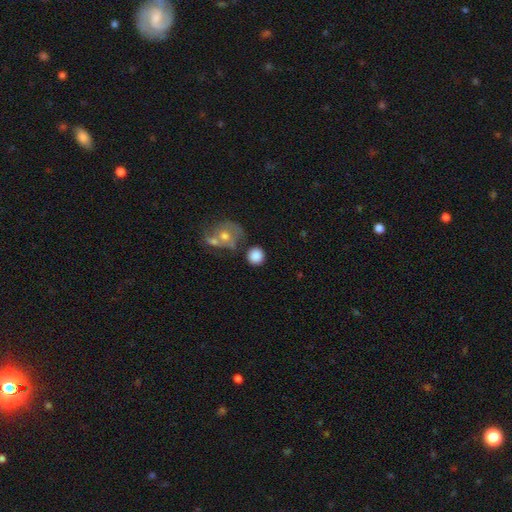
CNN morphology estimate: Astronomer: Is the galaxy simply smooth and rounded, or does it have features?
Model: smooth — 83%.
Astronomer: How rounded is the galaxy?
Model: round — 85%.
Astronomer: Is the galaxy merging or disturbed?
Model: none — 69%.